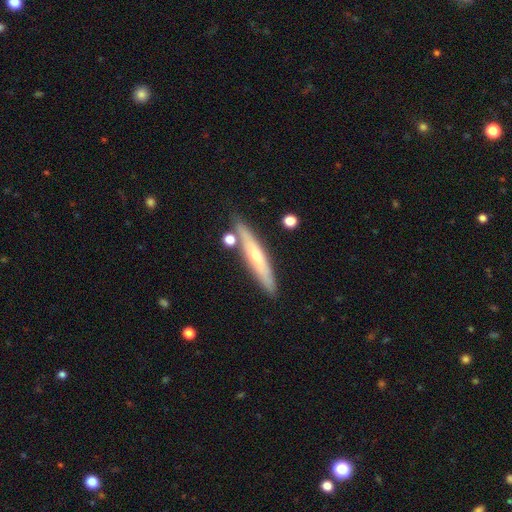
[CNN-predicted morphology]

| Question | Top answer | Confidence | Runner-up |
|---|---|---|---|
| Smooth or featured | featured or disk | 52% | smooth (41%) |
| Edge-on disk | yes | 86% | no (14%) |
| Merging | none | 82% | minor disturbance (11%) |